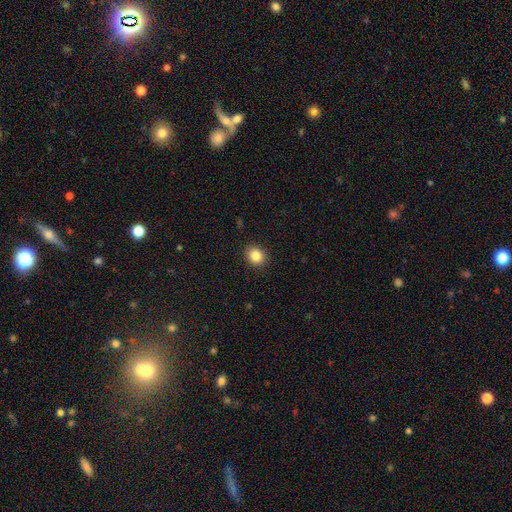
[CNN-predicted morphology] smooth_or_featured: smooth (p=0.85) [alt: star or artifact p=0.10]
how_rounded: round (p=0.63) [alt: in between p=0.36]
merging: none (p=0.91) [alt: minor disturbance p=0.07]